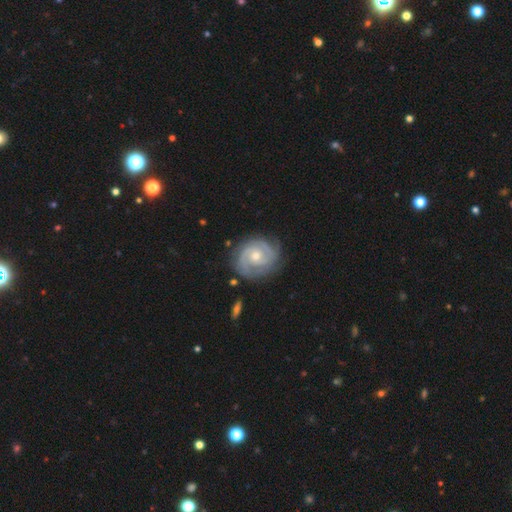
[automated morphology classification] This appears to be a featured or disk galaxy (89%) with no bar (62%), 2 (61%) tight (69%) spiral arms (97%) and a moderate central bulge (58%). Merging: none (80%).